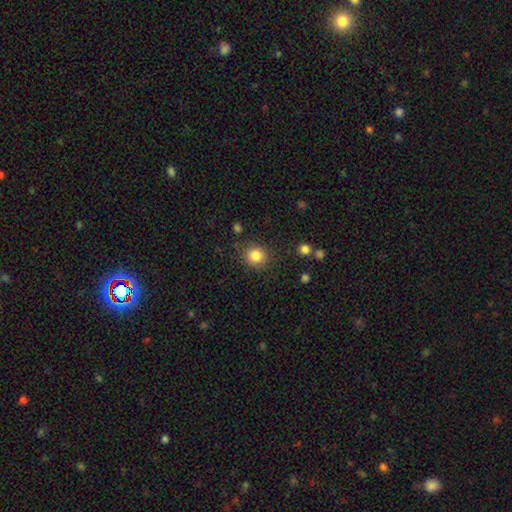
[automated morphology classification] type=smooth (84%); roundness=round (86%); merging=none (84%).